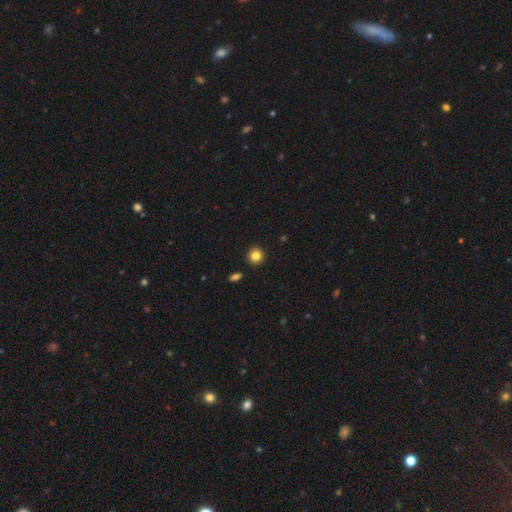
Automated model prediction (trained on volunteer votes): This is clearly a smooth galaxy (84%). How rounded: clearly round (92%). Merging: clearly none (92%).